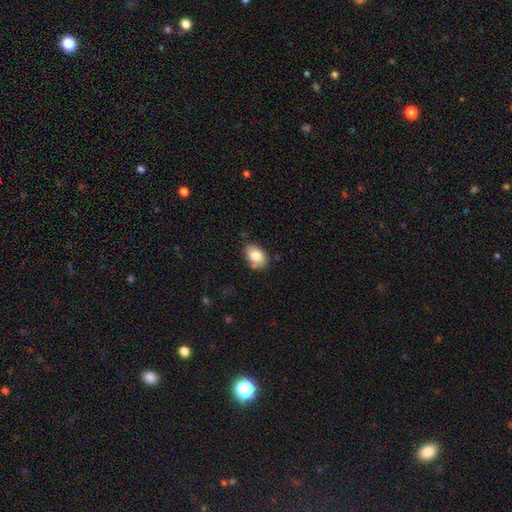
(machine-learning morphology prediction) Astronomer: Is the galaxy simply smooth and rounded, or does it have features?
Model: smooth — 81%.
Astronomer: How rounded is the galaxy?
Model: in between — 81%.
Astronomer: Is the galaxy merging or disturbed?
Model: none — 69%.